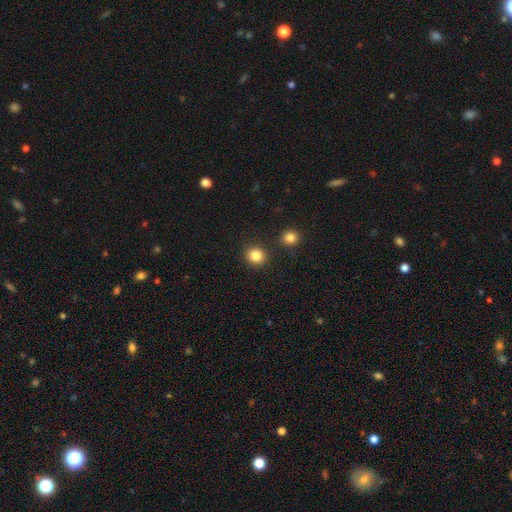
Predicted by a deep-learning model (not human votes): Overall: smooth (85%). How rounded: round (85%). Merging: none (87%).